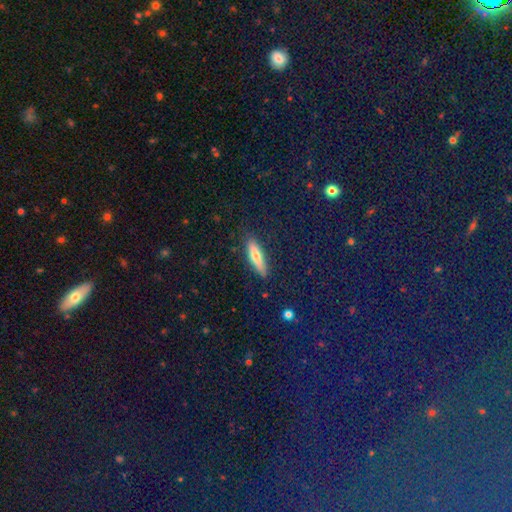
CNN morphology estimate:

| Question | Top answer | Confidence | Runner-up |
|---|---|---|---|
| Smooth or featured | smooth | 63% | featured or disk (28%) |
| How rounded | cigar-shaped | 75% | in between (23%) |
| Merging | none | 86% | minor disturbance (11%) |